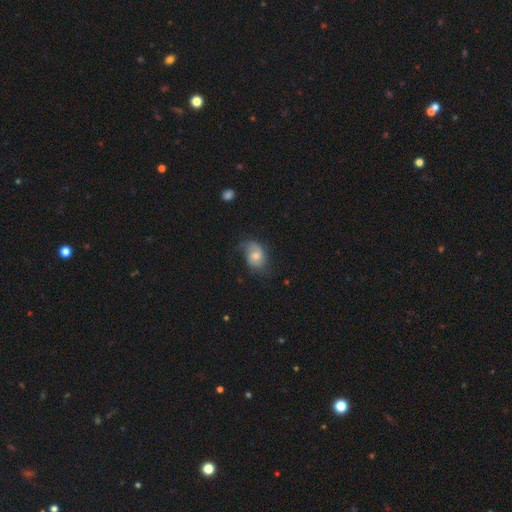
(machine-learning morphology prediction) Smooth or featured? Predicted: smooth (p=0.52). How rounded? Predicted: in between (p=0.73). Merging? Predicted: none (p=0.50).